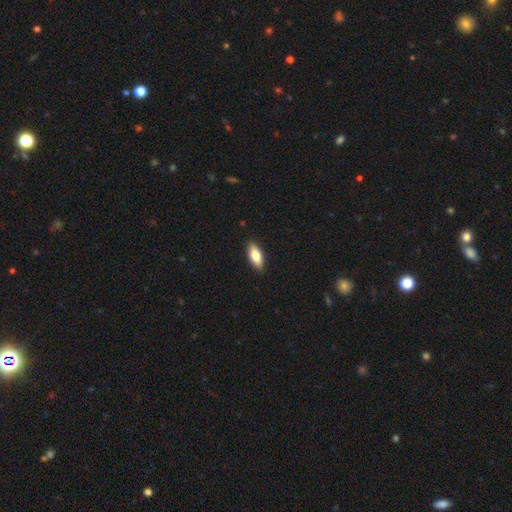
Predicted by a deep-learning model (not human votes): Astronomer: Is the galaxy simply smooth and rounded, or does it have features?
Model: smooth — 78%.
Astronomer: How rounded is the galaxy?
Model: in between — 78%.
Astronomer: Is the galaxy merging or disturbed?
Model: none — 89%.